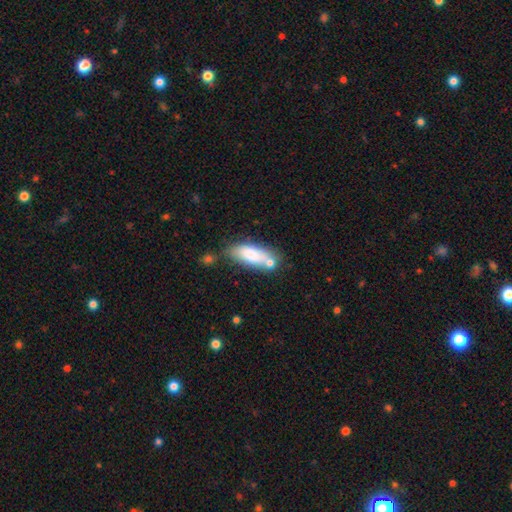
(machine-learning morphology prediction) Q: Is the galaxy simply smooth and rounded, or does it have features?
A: smooth — 74%.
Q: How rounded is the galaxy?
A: in between — 71%.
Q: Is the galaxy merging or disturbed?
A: none — 56%.